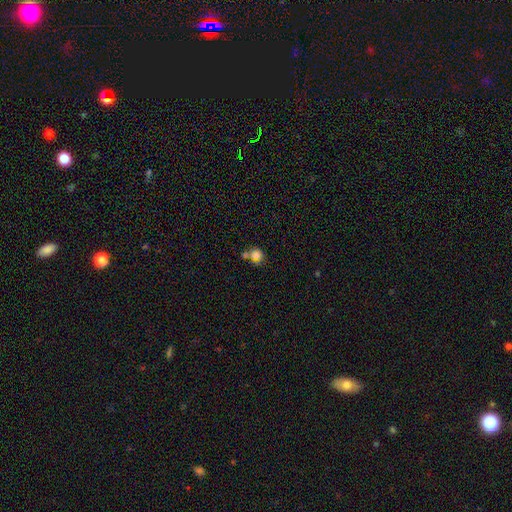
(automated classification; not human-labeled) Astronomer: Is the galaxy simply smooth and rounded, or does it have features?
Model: smooth — 77%.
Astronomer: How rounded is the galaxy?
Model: round — 77%.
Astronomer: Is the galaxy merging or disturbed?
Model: none — 45% (runner-up: merger, 35%).